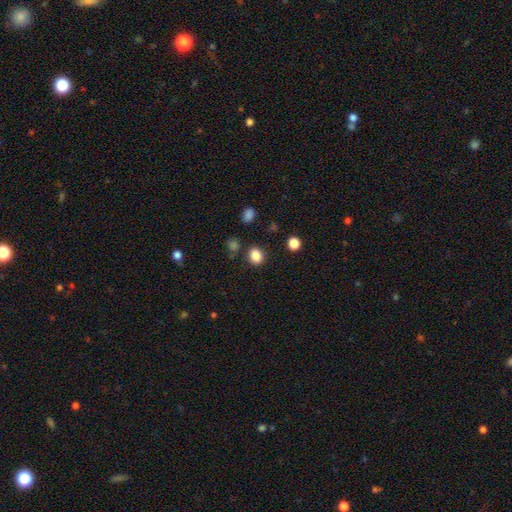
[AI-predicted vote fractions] Q: Smooth or featured?
A: smooth (85%); runner-up: star or artifact (11%)
Q: How rounded?
A: round (57%); runner-up: in between (42%)
Q: Merging?
A: none (84%); runner-up: minor disturbance (9%)